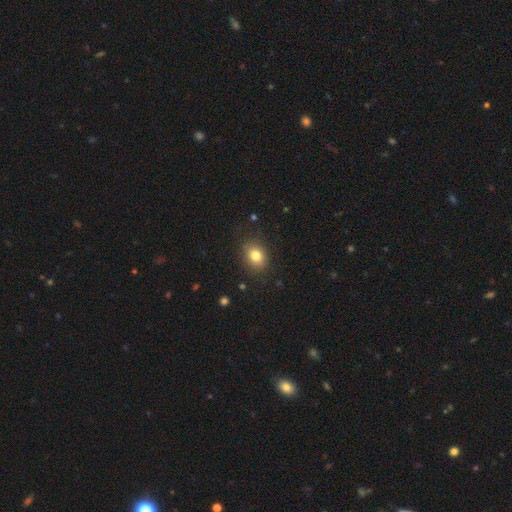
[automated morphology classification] Smooth or featured? Predicted: smooth (p=0.81). How rounded? Predicted: in between (p=0.54). Merging? Predicted: none (p=0.86).